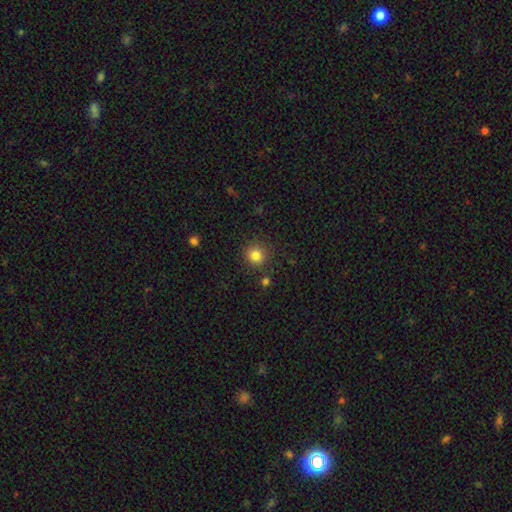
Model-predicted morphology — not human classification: This appears to be a smooth galaxy with no disk features (83%) that is round (91%). Merging: none (85%).